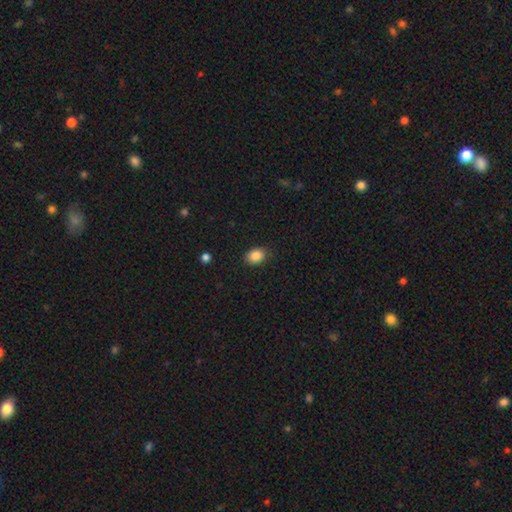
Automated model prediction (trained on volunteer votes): This is clearly a smooth galaxy (87%). How rounded: possibly in between (59%). Merging: clearly none (84%).